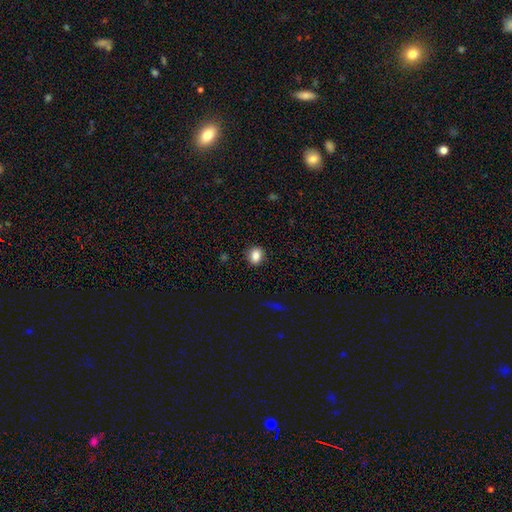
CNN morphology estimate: A smooth galaxy with no disk features (84%) that is round (57%). Merging: none (88%).